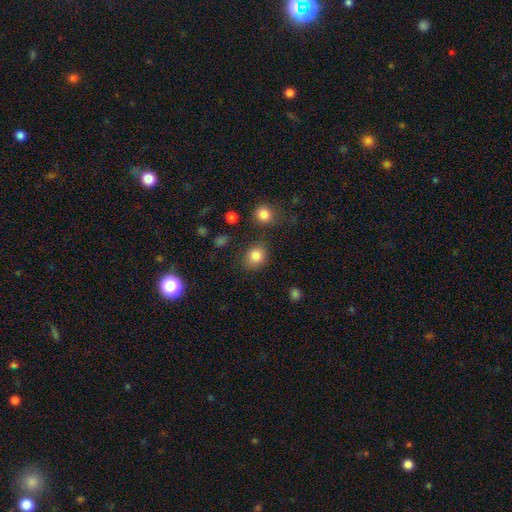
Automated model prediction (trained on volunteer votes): smooth-or-featured: smooth: 84% | star or artifact: 11% | featured or disk: 5%
  how-rounded: round: 72% | in between: 27% | cigar-shaped: 1%
  merging: none: 75% | minor disturbance: 14% | merger: 6% | major disturbance: 5%